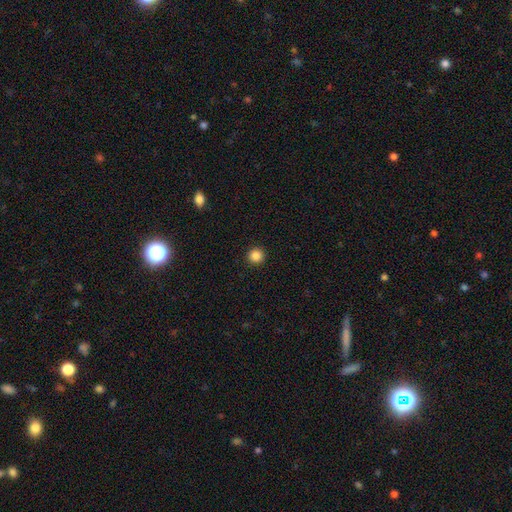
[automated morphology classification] Smooth or featured? smooth (87%)
How rounded? round (96%)
Merging? none (93%)